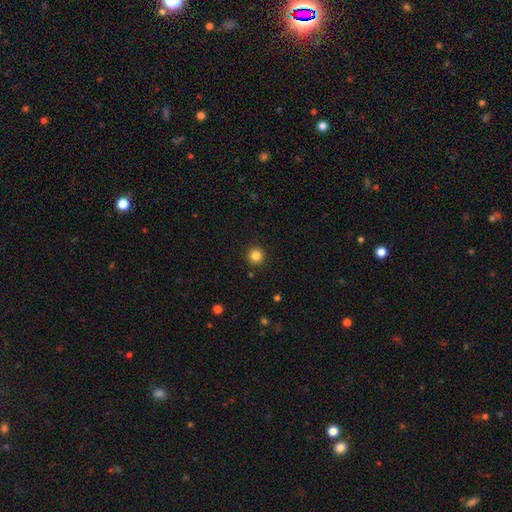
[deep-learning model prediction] Morphology: type=smooth (84%); roundness=round (96%); merging=none (93%).